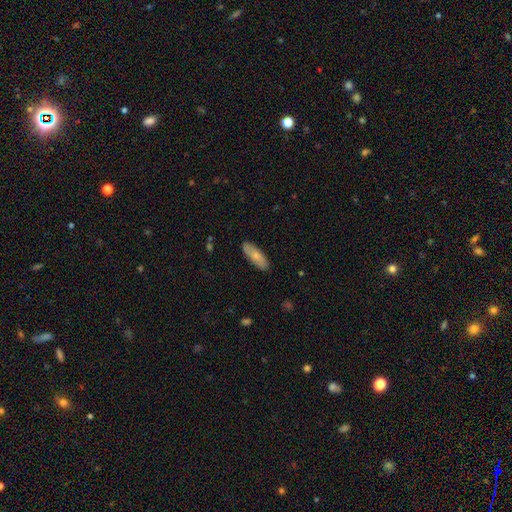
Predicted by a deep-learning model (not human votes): The model was most divided on "how rounded": in between: 58%, cigar-shaped: 40%, round: 2%. More confident: merging — none (87%); smooth or featured — smooth (72%).